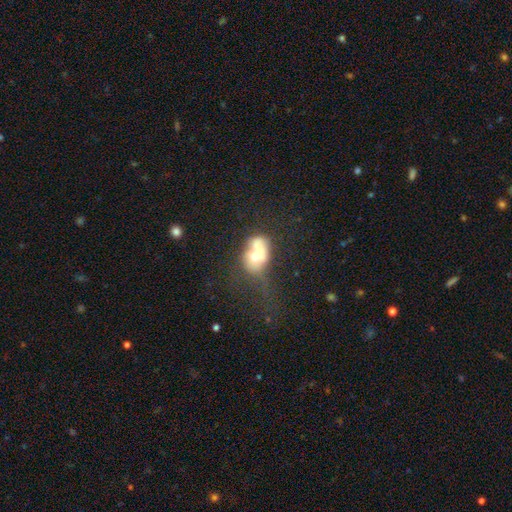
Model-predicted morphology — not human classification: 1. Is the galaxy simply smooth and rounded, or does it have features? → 61% smooth, 28% featured or disk, 10% star or artifact.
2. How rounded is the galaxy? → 69% in between, 29% round, 2% cigar-shaped.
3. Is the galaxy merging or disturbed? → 29% none, 26% minor disturbance, 25% major disturbance, 21% merger.